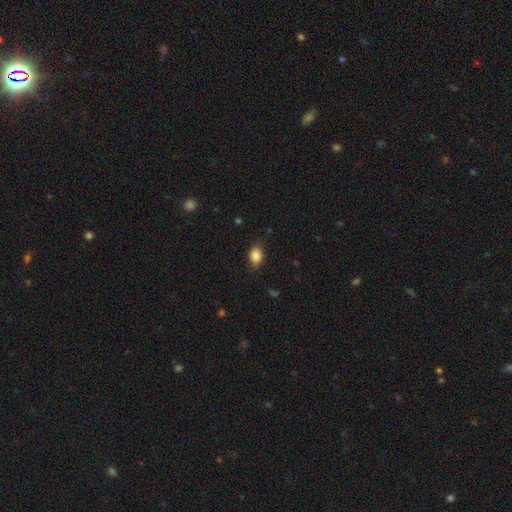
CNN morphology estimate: smooth-or-featured: smooth: 86% | star or artifact: 9% | featured or disk: 6%
  how-rounded: in between: 76% | round: 22% | cigar-shaped: 1%
  merging: none: 78% | minor disturbance: 18% | major disturbance: 4% | merger: 1%